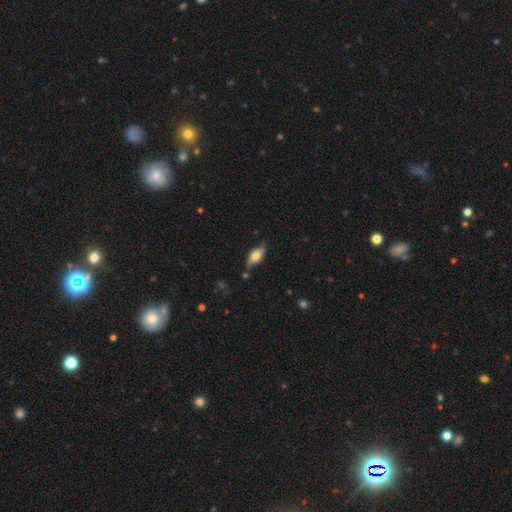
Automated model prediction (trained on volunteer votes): The model was most divided on "smooth or featured": smooth: 64%, featured or disk: 29%, star or artifact: 7%. More confident: how rounded — in between (81%); merging — none (69%).